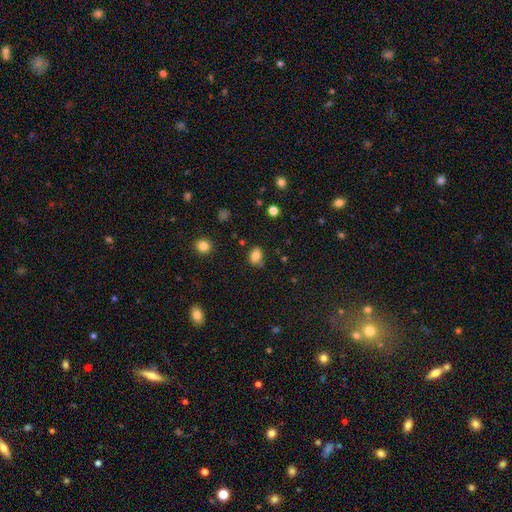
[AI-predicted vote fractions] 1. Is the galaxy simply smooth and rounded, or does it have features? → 83% smooth, 11% star or artifact, 6% featured or disk.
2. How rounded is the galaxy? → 68% in between, 31% round, 1% cigar-shaped.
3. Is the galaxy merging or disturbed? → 71% none, 21% minor disturbance, 4% merger, 4% major disturbance.